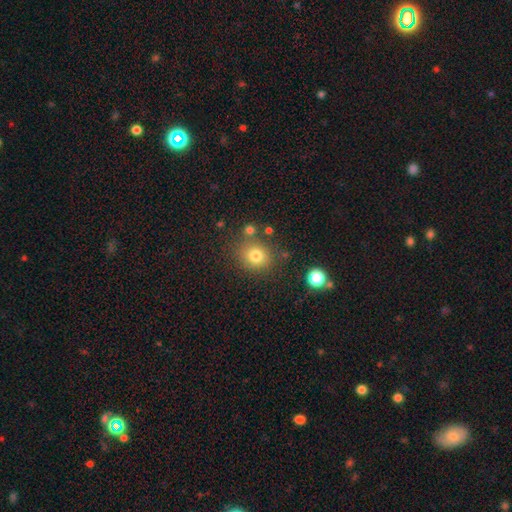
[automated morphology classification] smooth-or-featured: smooth: 78% | star or artifact: 13% | featured or disk: 9%
  how-rounded: round: 77% | in between: 22% | cigar-shaped: 1%
  merging: none: 78% | minor disturbance: 11% | merger: 7% | major disturbance: 4%